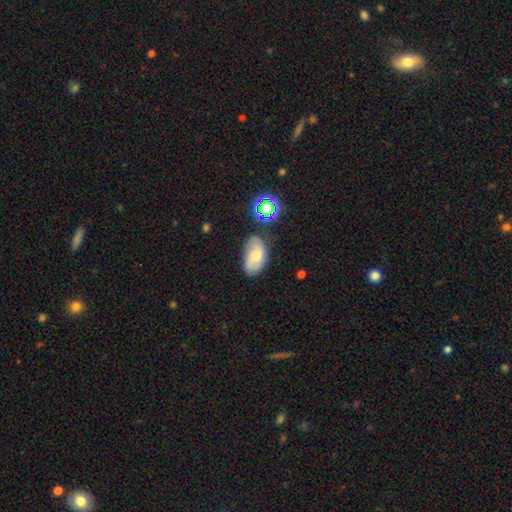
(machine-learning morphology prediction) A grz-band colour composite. It shows a smooth galaxy with no disk features (46%). Merging: none (66%).